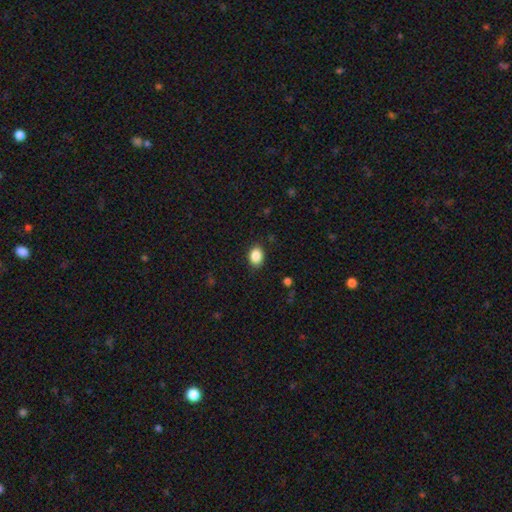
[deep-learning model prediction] smooth_or_featured: smooth (p=0.88) [alt: star or artifact p=0.08]
how_rounded: in between (p=0.67) [alt: round p=0.32]
merging: none (p=0.86) [alt: minor disturbance p=0.10]